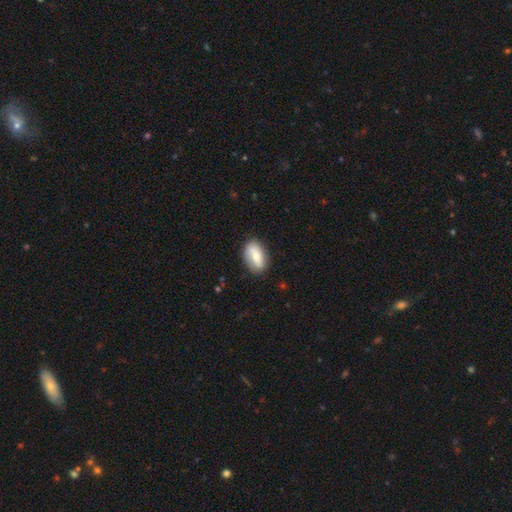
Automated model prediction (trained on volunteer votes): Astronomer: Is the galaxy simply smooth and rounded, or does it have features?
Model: smooth — 60%.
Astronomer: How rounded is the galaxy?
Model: in between — 90%.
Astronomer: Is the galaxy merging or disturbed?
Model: none — 78%.